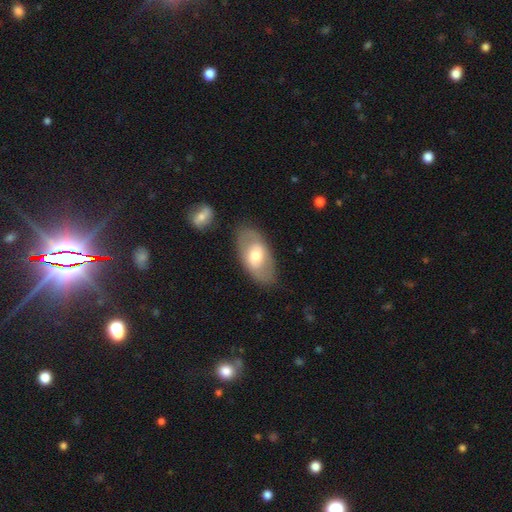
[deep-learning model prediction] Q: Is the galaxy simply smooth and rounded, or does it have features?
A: smooth — 54%.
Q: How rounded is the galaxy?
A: in between — 92%.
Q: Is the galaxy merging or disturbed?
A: none — 78%.